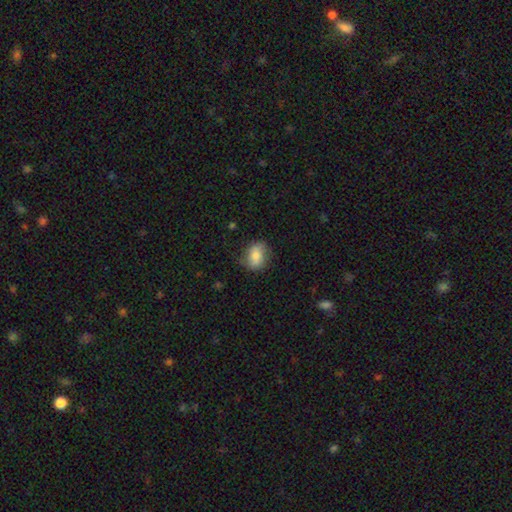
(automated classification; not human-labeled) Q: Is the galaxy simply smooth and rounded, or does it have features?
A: smooth — 67%.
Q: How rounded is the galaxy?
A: in between — 59%.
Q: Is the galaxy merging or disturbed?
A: none — 71%.